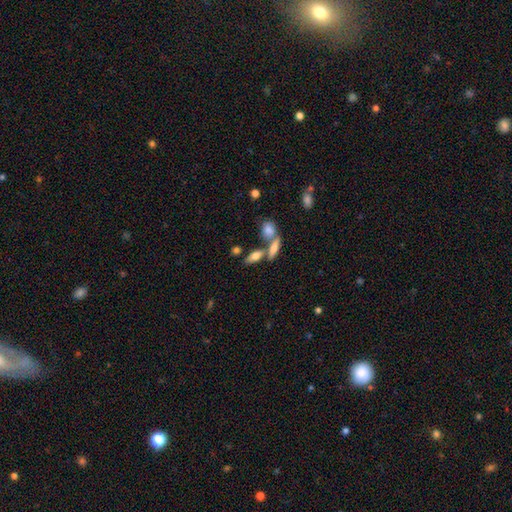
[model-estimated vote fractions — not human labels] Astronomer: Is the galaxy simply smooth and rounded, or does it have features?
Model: smooth — 61%.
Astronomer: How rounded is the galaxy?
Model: in between — 67%.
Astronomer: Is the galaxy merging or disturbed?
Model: none — 54% (runner-up: merger, 31%).